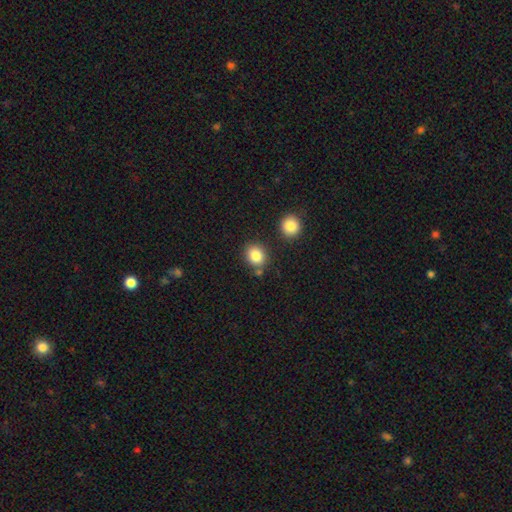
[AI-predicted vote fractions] Smooth or featured?
  - smooth: 85% *
  - star or artifact: 9%
  - featured or disk: 6%
How rounded?
  - round: 67% *
  - in between: 32%
  - cigar-shaped: 1%
Merging?
  - none: 78% *
  - minor disturbance: 10%
  - merger: 9%
  - major disturbance: 3%